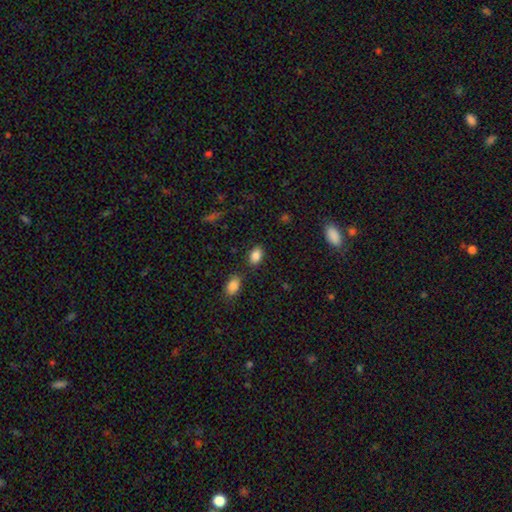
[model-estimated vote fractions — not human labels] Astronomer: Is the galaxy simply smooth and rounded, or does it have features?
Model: smooth — 86%.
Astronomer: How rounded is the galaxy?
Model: in between — 85%.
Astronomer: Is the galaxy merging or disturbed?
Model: none — 81%.